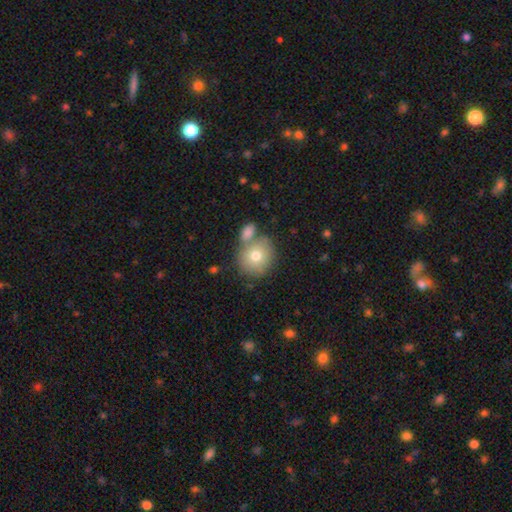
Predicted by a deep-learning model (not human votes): Smooth or featured? Predicted: smooth (p=0.74). How rounded? Predicted: round (p=0.82). Merging? Predicted: none (p=0.60).